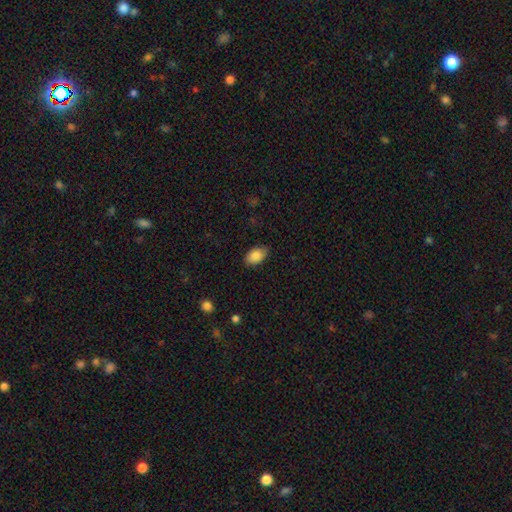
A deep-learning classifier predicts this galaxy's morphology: type=smooth (87%); roundness=in between (92%); merging=none (83%).